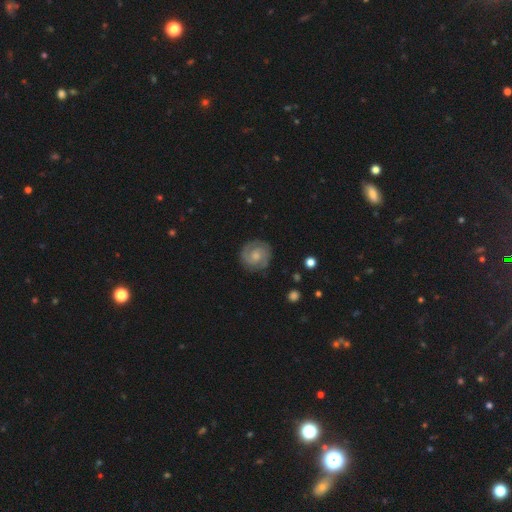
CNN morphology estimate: smooth_or_featured: featured or disk (p=0.80) [alt: smooth p=0.15]
disk_edge_on: no (p=0.98) [alt: yes p=0.02]
bar: no (p=0.63) [alt: weak p=0.32]
has_spiral_arms: yes (p=0.96) [alt: no p=0.04]
spiral_winding: tight (p=0.61) [alt: medium p=0.32]
spiral_arm_count: 2 (p=0.84) [alt: can't tell p=0.07]
bulge_size: small (p=0.47) [alt: moderate p=0.39]
merging: none (p=0.84) [alt: minor disturbance p=0.11]